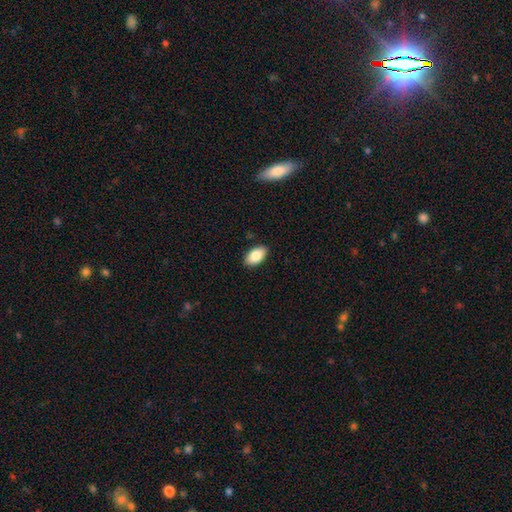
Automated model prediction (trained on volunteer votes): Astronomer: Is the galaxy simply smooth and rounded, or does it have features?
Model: smooth — 85%.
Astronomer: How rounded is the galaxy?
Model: in between — 94%.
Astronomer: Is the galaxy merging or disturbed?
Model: none — 89%.